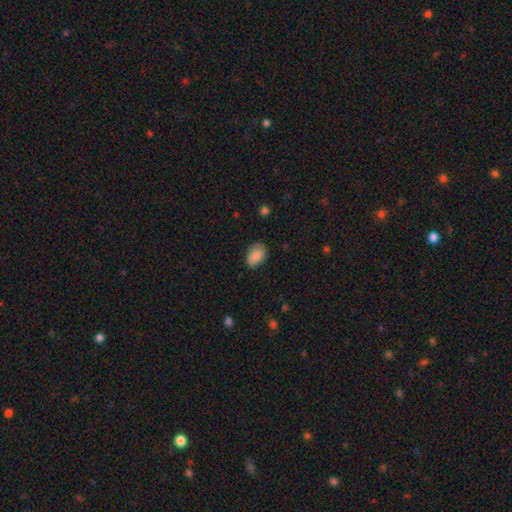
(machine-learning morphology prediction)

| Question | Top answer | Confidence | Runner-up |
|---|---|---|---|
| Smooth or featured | smooth | 86% | star or artifact (7%) |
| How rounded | in between | 78% | round (21%) |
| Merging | none | 72% | minor disturbance (23%) |